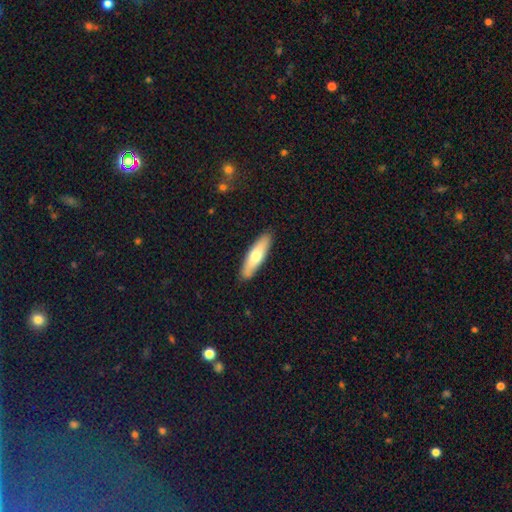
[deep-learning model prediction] A smooth galaxy with no disk features (67%) that is cigar-shaped (65%). Merging: none (90%).